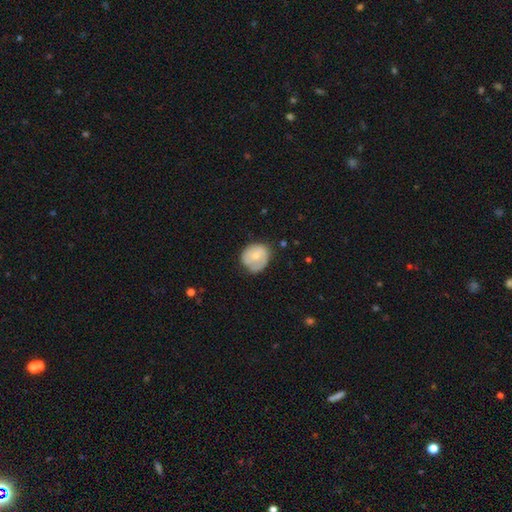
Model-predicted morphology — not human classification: smooth-or-featured: smooth: 54% | featured or disk: 40% | star or artifact: 6%
  how-rounded: round: 66% | in between: 33% | cigar-shaped: 1%
  merging: none: 56% | minor disturbance: 30% | major disturbance: 11% | merger: 3%